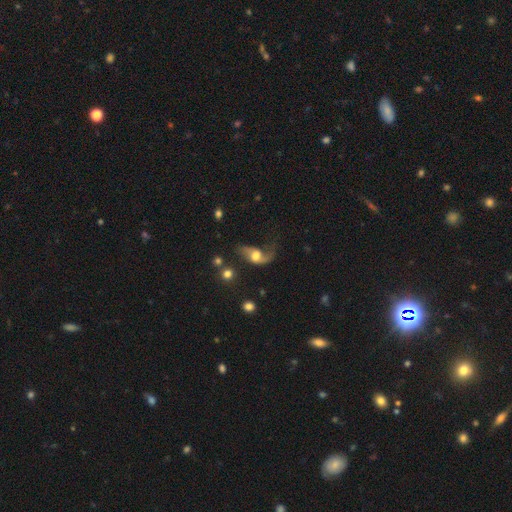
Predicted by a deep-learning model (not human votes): featured or disk 64%, smooth 29%, star or artifact 8%. Down the decision tree: edge-on disk — no (94%); bar — no (63%); spiral arms — yes (86%); spiral arm count — 2 (70%); spiral winding — loose (83%); bulge size — moderate (55%); merging — major disturbance (36%, tied with none).